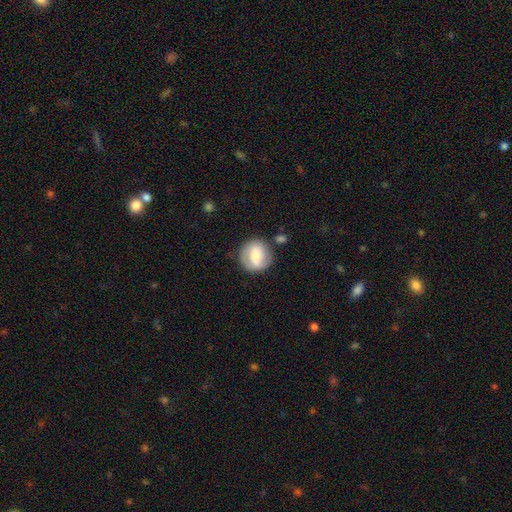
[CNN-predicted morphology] Q: Smooth or featured?
A: smooth (54%); runner-up: featured or disk (39%)
Q: How rounded?
A: round (88%); runner-up: in between (11%)
Q: Merging?
A: none (76%); runner-up: minor disturbance (14%)